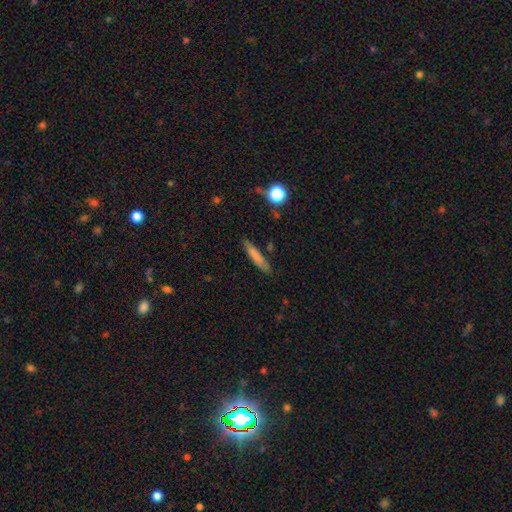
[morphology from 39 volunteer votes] This is likely a smooth galaxy (74%). How rounded: likely cigar-shaped (76%). Merging: likely none (69%).